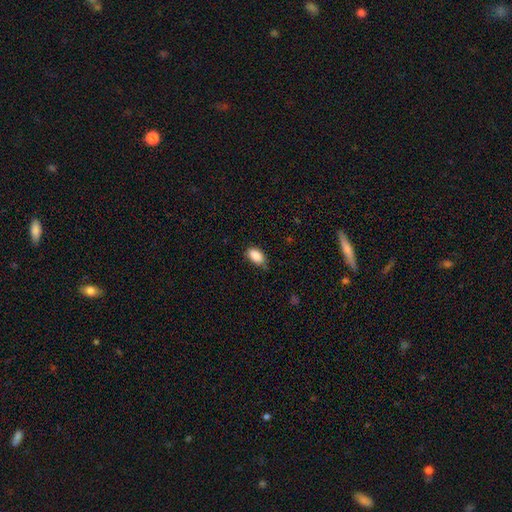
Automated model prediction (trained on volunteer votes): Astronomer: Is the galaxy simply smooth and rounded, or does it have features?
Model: smooth — 87%.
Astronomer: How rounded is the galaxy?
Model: in between — 92%.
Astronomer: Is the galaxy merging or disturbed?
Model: none — 66%.